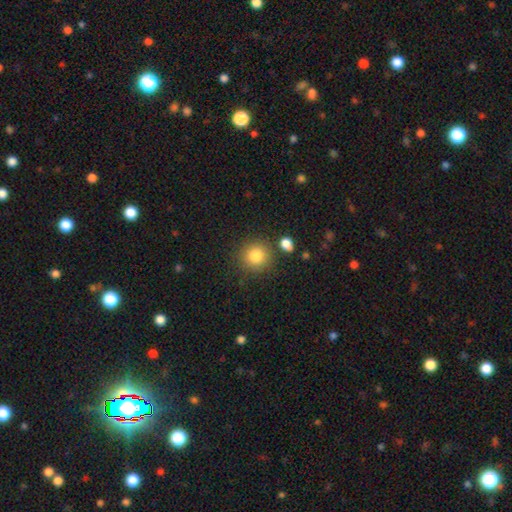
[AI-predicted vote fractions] This is clearly a smooth galaxy (84%). How rounded: clearly round (91%). Merging: clearly none (82%).